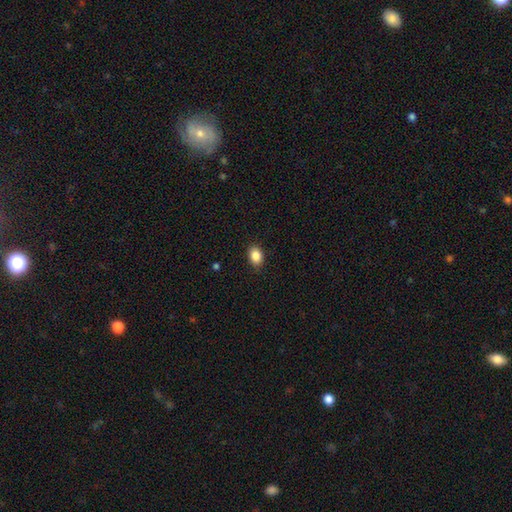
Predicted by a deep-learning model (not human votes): Smooth or featured? Predicted: smooth (p=0.86). How rounded? Predicted: in between (p=0.70). Merging? Predicted: none (p=0.88).